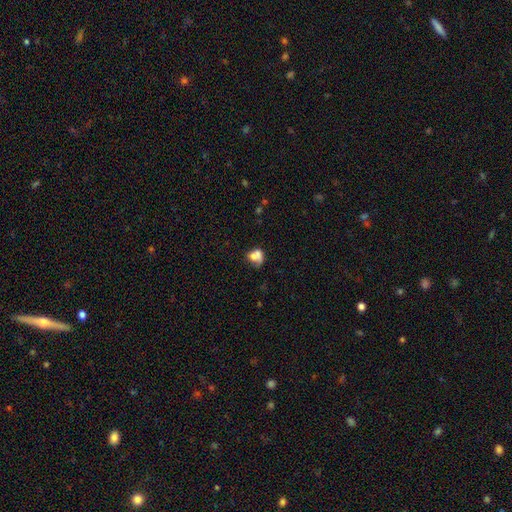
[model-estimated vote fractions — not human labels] Q: Smooth or featured?
A: smooth (66%); runner-up: featured or disk (22%)
Q: How rounded?
A: in between (51%); runner-up: round (48%)
Q: Merging?
A: merger (45%); runner-up: none (24%)